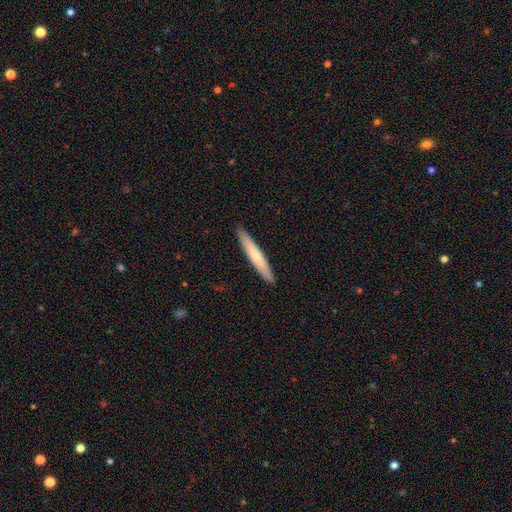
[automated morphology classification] A smooth galaxy with no disk features (66%) that is cigar-shaped (95%).

Vote fractions:
- Smooth or featured? smooth: 66% / featured or disk: 29% / star or artifact: 5%
- How rounded? cigar-shaped: 95% / in between: 4% / round: 1%
- Merging? none: 91% / minor disturbance: 6% / major disturbance: 1% / merger: 1%